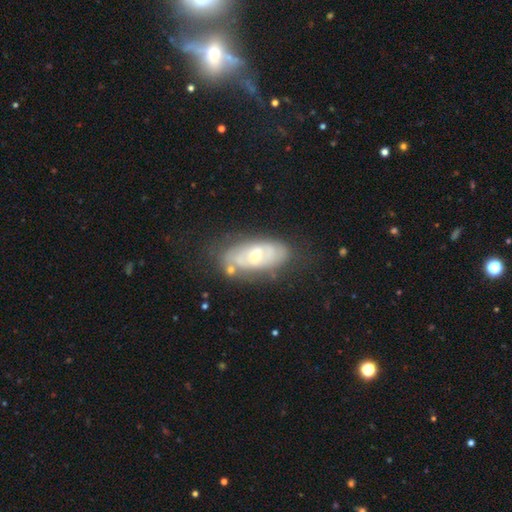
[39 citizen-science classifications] Smooth or featured? featured or disk (69%)
Edge-on disk? no (100%)
Bar? weak (56%)
Spiral arms? yes (67%)
Spiral winding? tight (89%)
Spiral arm count? can't tell (56%)
Bulge size? small (52%)
Merging? none (71%)